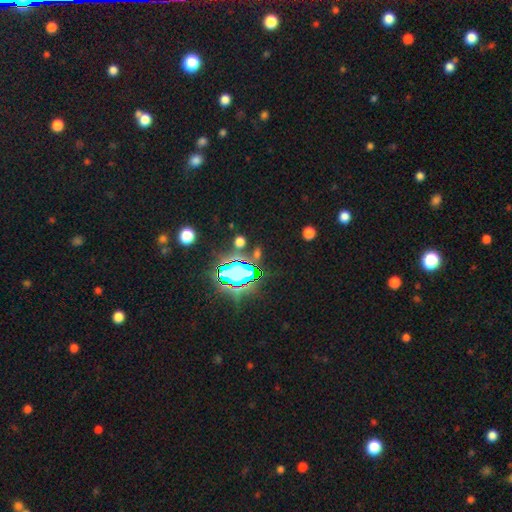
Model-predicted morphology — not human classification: A star or artifact, not a galaxy (69%).